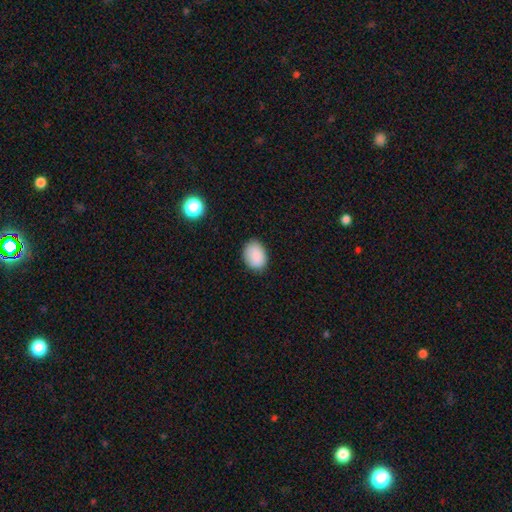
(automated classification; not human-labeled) Smooth or featured? smooth (88%)
How rounded? in between (70%)
Merging? none (82%)